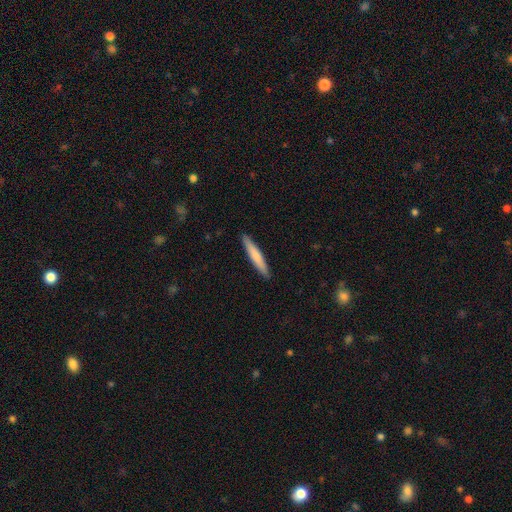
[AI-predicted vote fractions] A smooth galaxy with no disk features (72%) that is cigar-shaped (94%).

Vote fractions:
- Smooth or featured? smooth: 72% / featured or disk: 23% / star or artifact: 5%
- How rounded? cigar-shaped: 94% / in between: 5% / round: 1%
- Merging? none: 92% / minor disturbance: 6% / major disturbance: 1% / merger: 1%